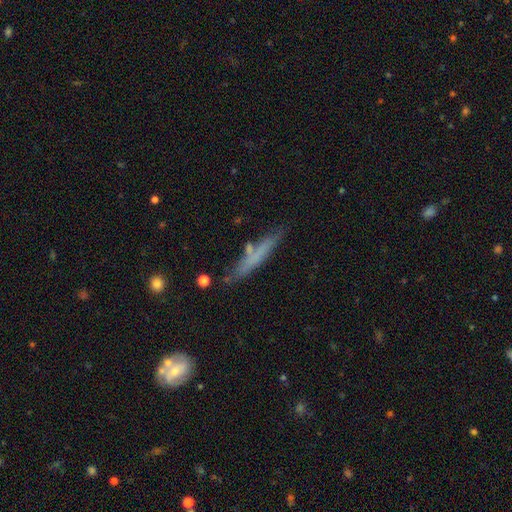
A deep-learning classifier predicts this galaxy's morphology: Smooth or featured?
  - smooth: 56% *
  - featured or disk: 36%
  - star or artifact: 8%
How rounded?
  - cigar-shaped: 93% *
  - in between: 6%
  - round: 2%
Merging?
  - none: 74% *
  - minor disturbance: 17%
  - merger: 5%
  - major disturbance: 4%